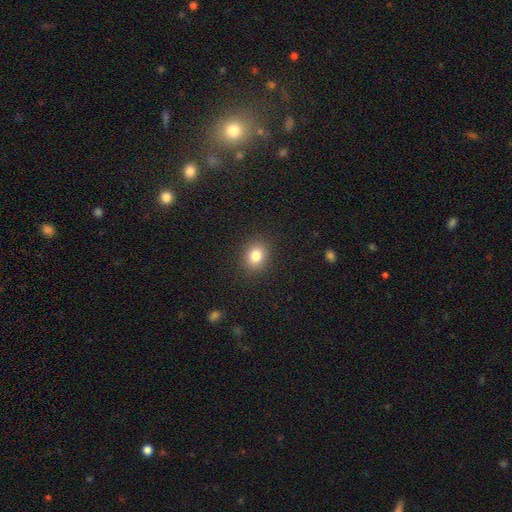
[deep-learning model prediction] Q: Smooth or featured?
A: smooth (82%); runner-up: star or artifact (11%)
Q: How rounded?
A: round (59%); runner-up: in between (40%)
Q: Merging?
A: none (89%); runner-up: minor disturbance (8%)